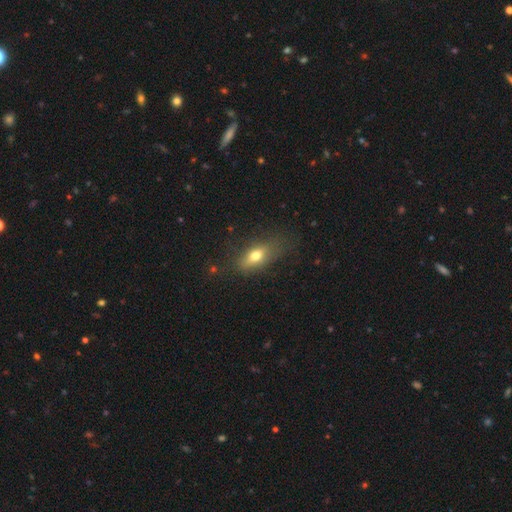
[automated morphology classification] Smooth or featured? smooth (69%)
How rounded? in between (77%)
Merging? none (67%)